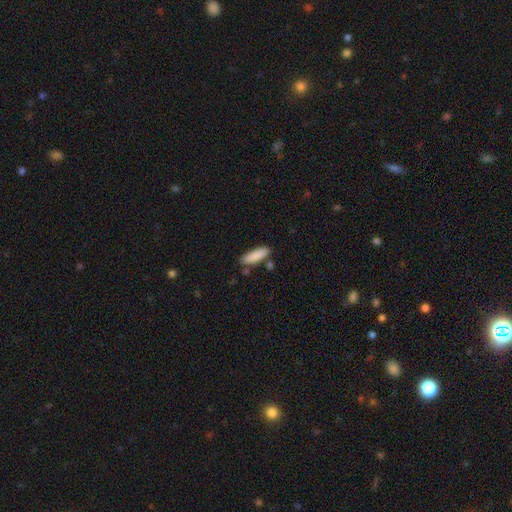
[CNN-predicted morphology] smooth-or-featured: smooth: 88% | featured or disk: 7% | star or artifact: 6%
  how-rounded: cigar-shaped: 56% | in between: 42% | round: 2%
  merging: none: 79% | minor disturbance: 13% | merger: 6% | major disturbance: 3%